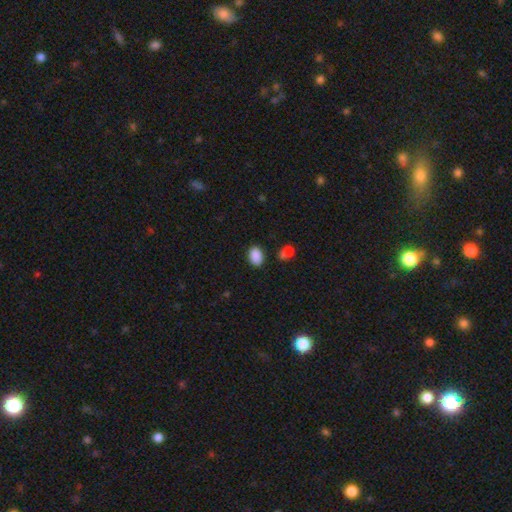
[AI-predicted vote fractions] This is clearly a smooth galaxy (88%). How rounded: clearly in between (82%). Merging: clearly none (80%).